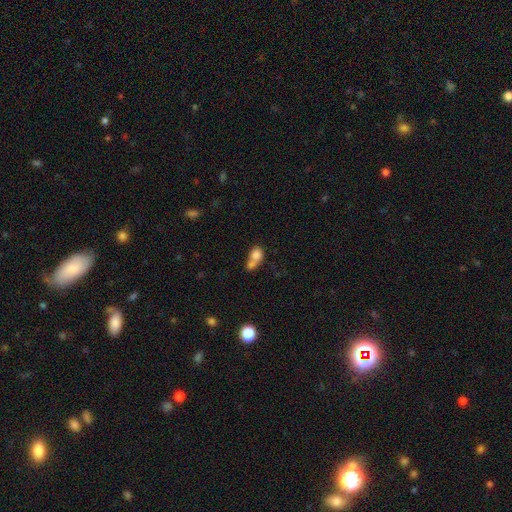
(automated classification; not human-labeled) smooth 76%, featured or disk 14%, star or artifact 10%. Down the decision tree: how rounded — round (50%); merging — merger (67%).